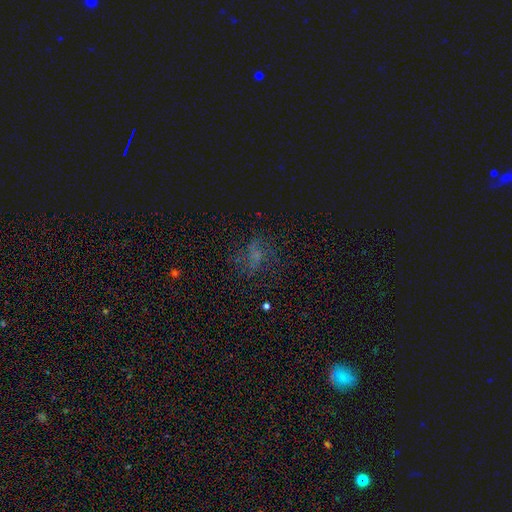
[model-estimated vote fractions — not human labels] smooth_or_featured: featured or disk (p=0.35) [alt: smooth p=0.33]
merging: none (p=0.59) [alt: major disturbance p=0.21]